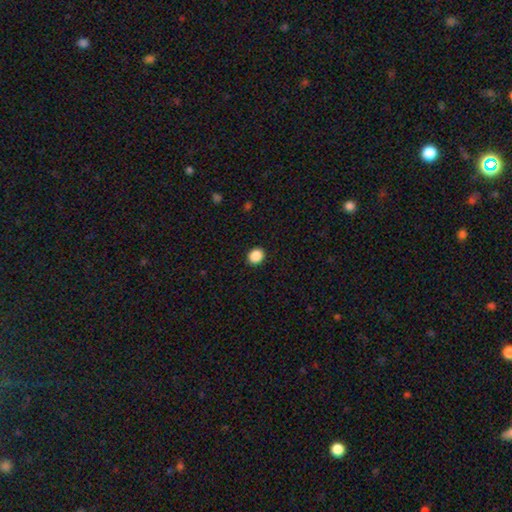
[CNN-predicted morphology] Smooth or featured? smooth (88%)
How rounded? round (74%)
Merging? none (92%)